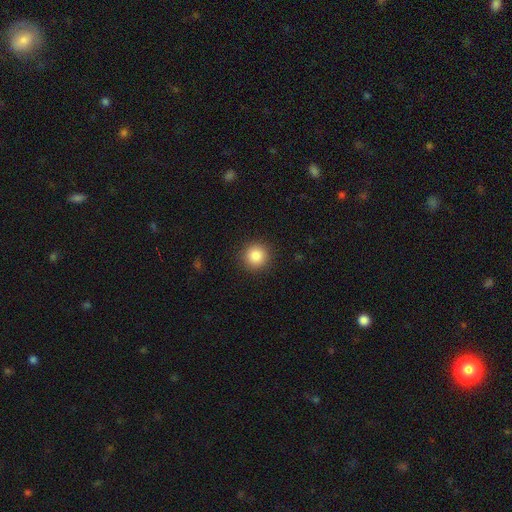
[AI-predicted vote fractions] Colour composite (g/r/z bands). It shows a smooth galaxy with no disk features (86%) that is round (95%). Merging: none (91%).